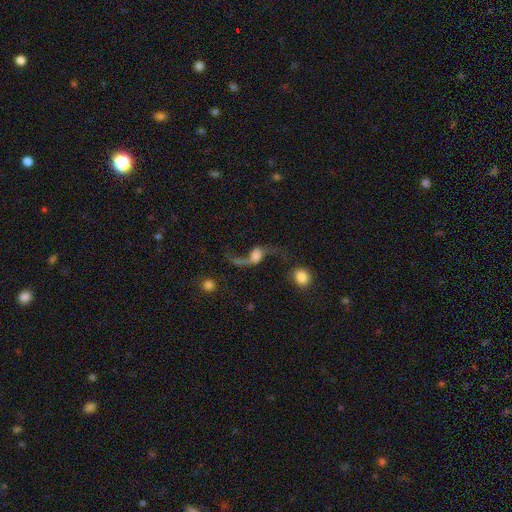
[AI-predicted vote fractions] The model was most divided on "bulge size": large: 33%, moderate: 24%, small: 15%, none: 15%, dominant: 13%. Remaining: spiral winding — loose (94%); edge-on disk — no (93%); spiral arms — yes (92%); spiral arm count — 2 (90%); smooth or featured — featured or disk (75%); bar — no (56%); merging — none (47%).